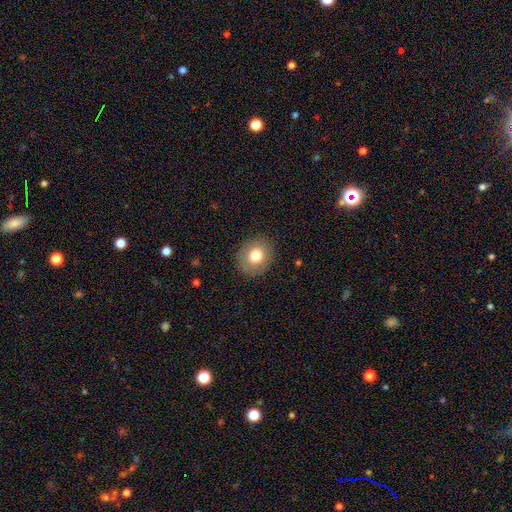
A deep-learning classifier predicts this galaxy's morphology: A smooth galaxy with no disk features (78%) that is round (77%).

Vote fractions:
- Smooth or featured? smooth: 78% / featured or disk: 13% / star or artifact: 10%
- How rounded? round: 77% / in between: 23% / cigar-shaped: 1%
- Merging? none: 89% / minor disturbance: 8% / major disturbance: 3% / merger: 1%